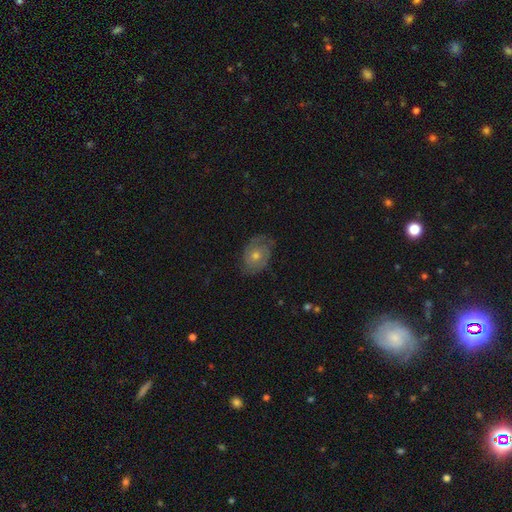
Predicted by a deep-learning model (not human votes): smooth-or-featured: featured or disk: 59% | smooth: 30% | star or artifact: 10%
  disk-edge-on: no: 95% | yes: 5%
    bar: no: 84% | weak: 13% | strong: 2%
    has-spiral-arms: yes: 71% | no: 29%
    bulge-size: moderate: 58% | small: 37% | large: 3% | none: 1% | dominant: 1%
  merging: none: 70% | minor disturbance: 21% | major disturbance: 7% | merger: 1%